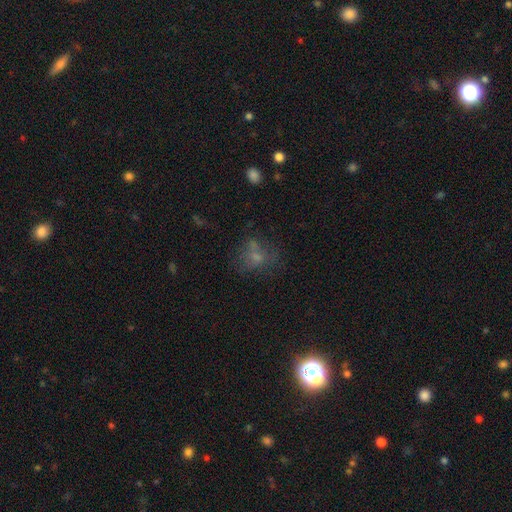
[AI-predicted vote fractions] smooth-or-featured: smooth: 54% | featured or disk: 26% | star or artifact: 20%
  how-rounded: round: 52% | in between: 46% | cigar-shaped: 2%
  merging: none: 43% | major disturbance: 23% | minor disturbance: 19% | merger: 14%